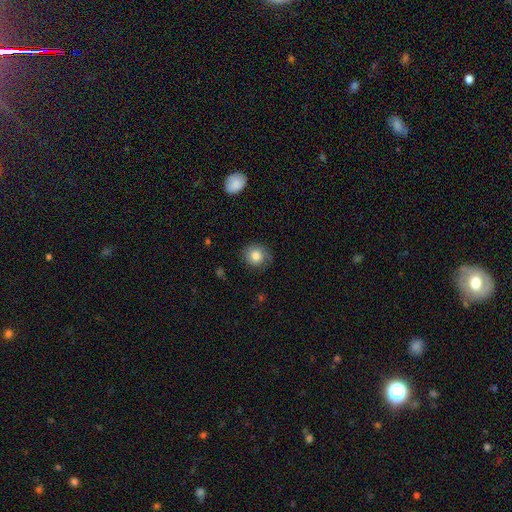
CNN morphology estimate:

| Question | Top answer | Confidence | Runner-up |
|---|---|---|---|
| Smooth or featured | smooth | 82% | featured or disk (9%) |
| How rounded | round | 83% | in between (16%) |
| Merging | none | 75% | minor disturbance (19%) |